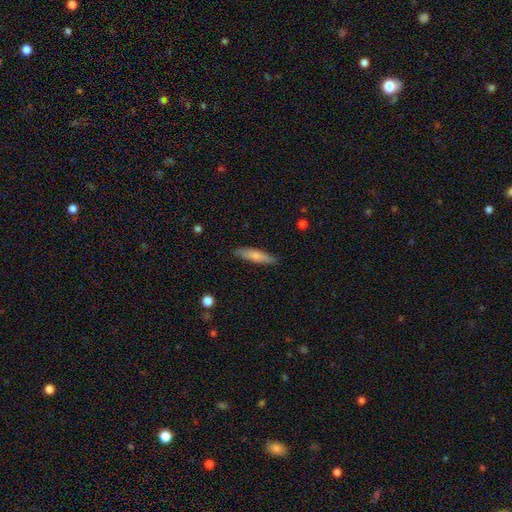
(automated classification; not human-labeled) This appears to be a smooth galaxy with no disk features (69%) that is cigar-shaped (77%). Merging: none (83%).